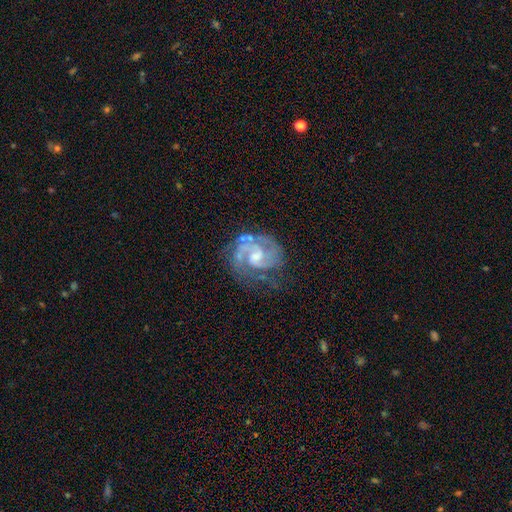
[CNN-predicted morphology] Smooth or featured? featured or disk (89%)
Edge-on disk? no (98%)
Bar? weak (50%)
Spiral arms? yes (97%)
Spiral winding? tight (48%)
Spiral arm count? 2 (68%)
Bulge size? moderate (44%)
Merging? none (62%)